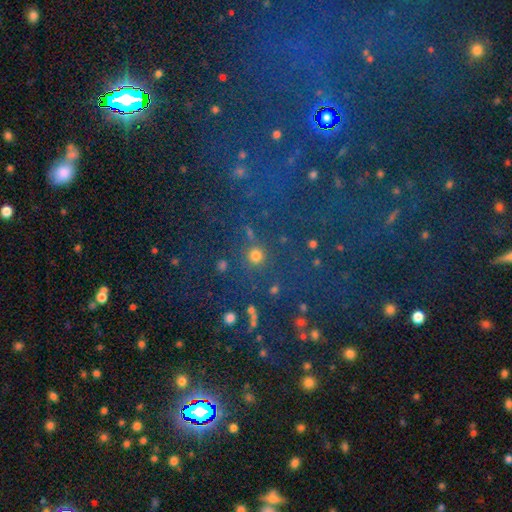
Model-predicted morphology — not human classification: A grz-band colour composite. It shows a smooth galaxy with no disk features (63%) that is round (92%). Merging: none (77%).